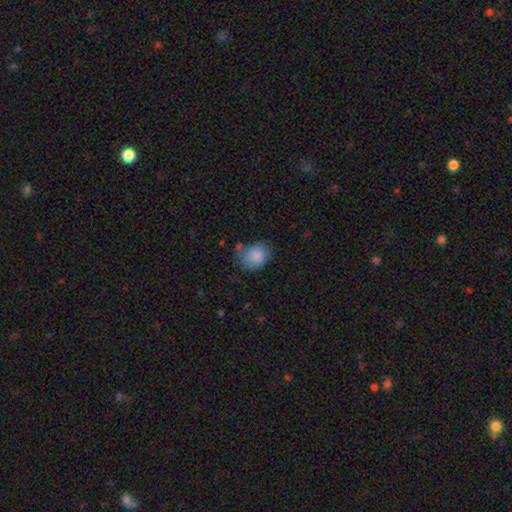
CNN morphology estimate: The model was most divided on "how rounded": in between: 55%, round: 44%, cigar-shaped: 1%. More confident: smooth or featured — smooth (83%); merging — none (51%).